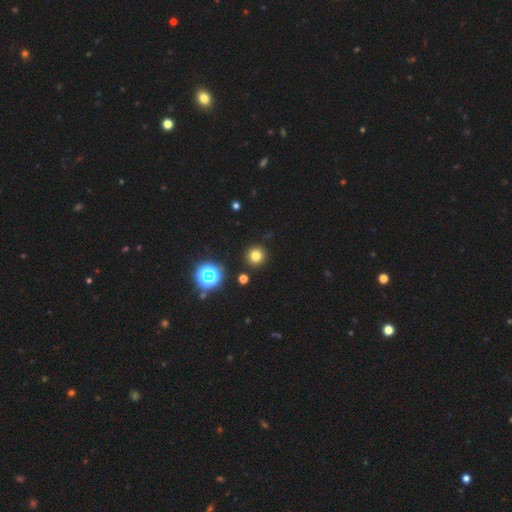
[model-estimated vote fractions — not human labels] smooth-or-featured: smooth: 74% | star or artifact: 20% | featured or disk: 6%
  how-rounded: round: 94% | in between: 5% | cigar-shaped: 1%
  merging: none: 90% | minor disturbance: 5% | major disturbance: 2% | merger: 2%